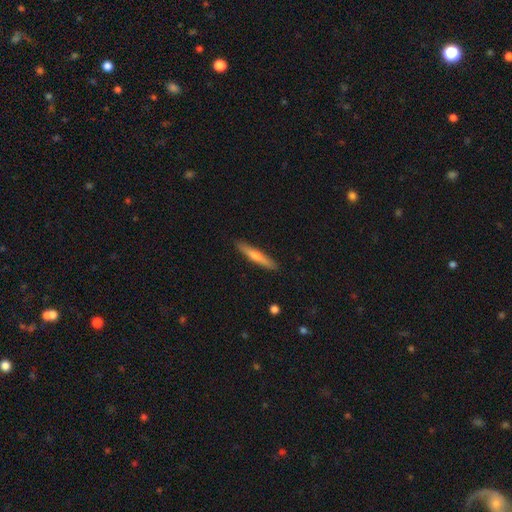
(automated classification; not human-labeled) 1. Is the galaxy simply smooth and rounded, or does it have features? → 48% smooth, 46% featured or disk, 6% star or artifact.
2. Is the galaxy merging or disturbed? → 91% none, 7% minor disturbance, 1% major disturbance, 1% merger.